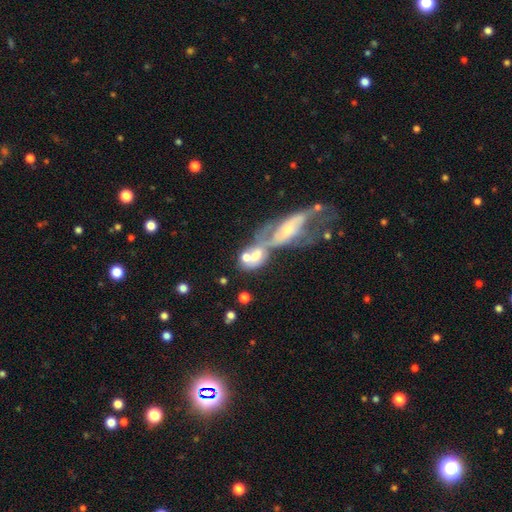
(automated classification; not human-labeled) Morphology: type=featured or disk (60%); edge-on=no (78%); merging=merger (52%).